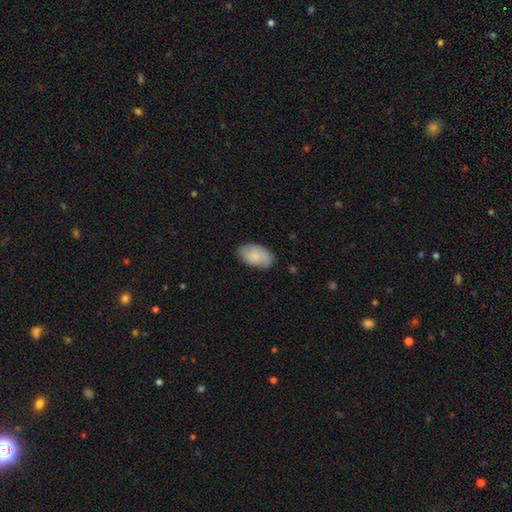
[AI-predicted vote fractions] Q: Smooth or featured?
A: smooth (75%); runner-up: featured or disk (19%)
Q: How rounded?
A: in between (94%); runner-up: round (4%)
Q: Merging?
A: none (74%); runner-up: minor disturbance (20%)